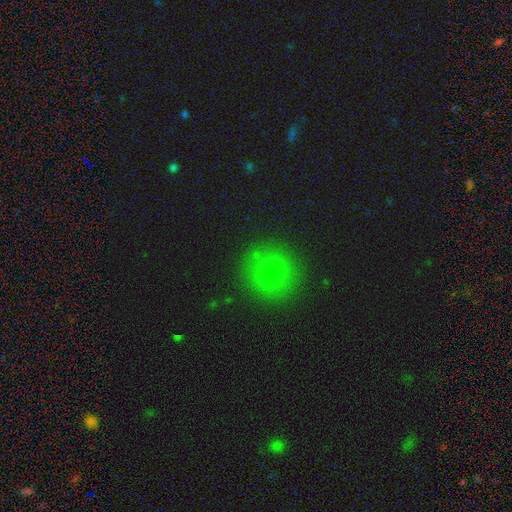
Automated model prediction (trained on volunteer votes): smooth 58%, featured or disk 22%, star or artifact 20%. Down the decision tree: how rounded — round (79%); merging — none (86%).